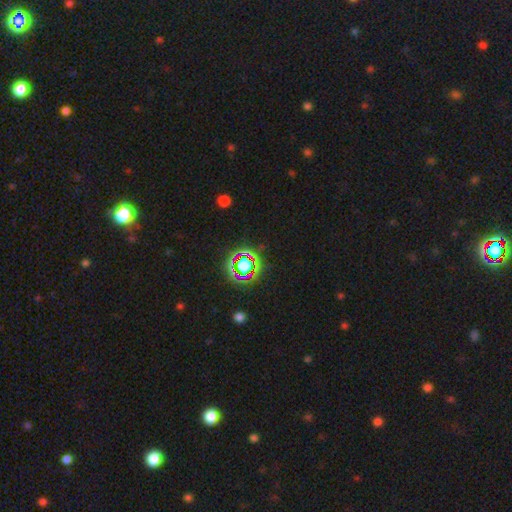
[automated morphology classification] Smooth or featured?
  - star or artifact: 72% *
  - smooth: 19%
  - featured or disk: 8%